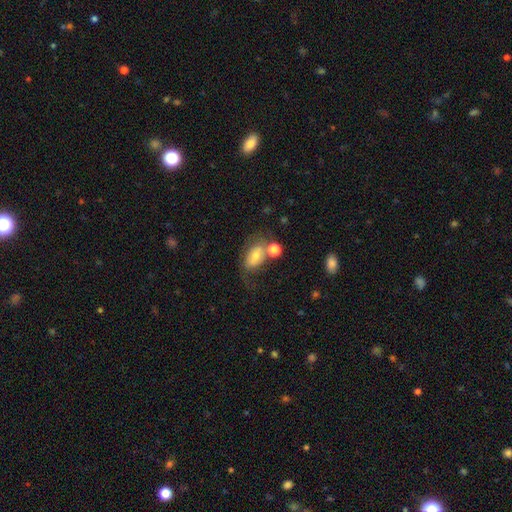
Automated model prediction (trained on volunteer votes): Overall: smooth (58%; featured or disk 31%). How rounded: in between (84%). Merging: none (43%; minor disturbance 20%).